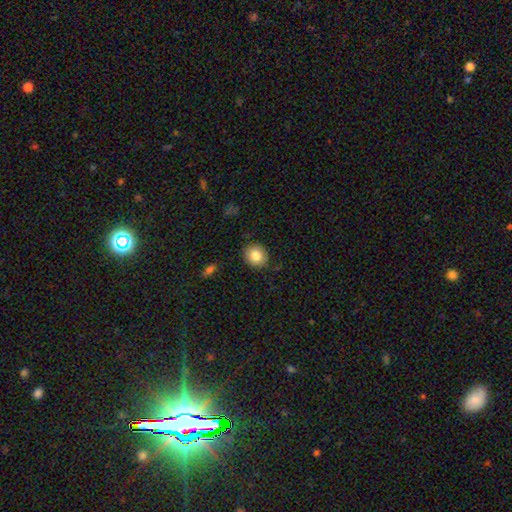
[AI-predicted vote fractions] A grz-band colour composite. It shows a smooth galaxy with no disk features (82%) that is round (75%). Merging: none (87%).